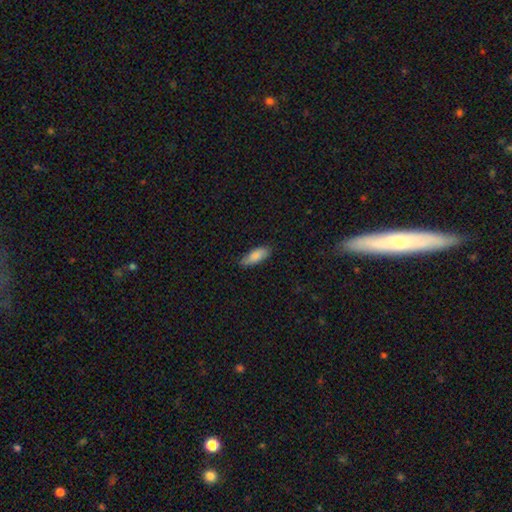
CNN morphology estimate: The model was most divided on "how rounded": in between: 71%, cigar-shaped: 27%, round: 2%. More confident: smooth or featured — smooth (83%); merging — none (75%).